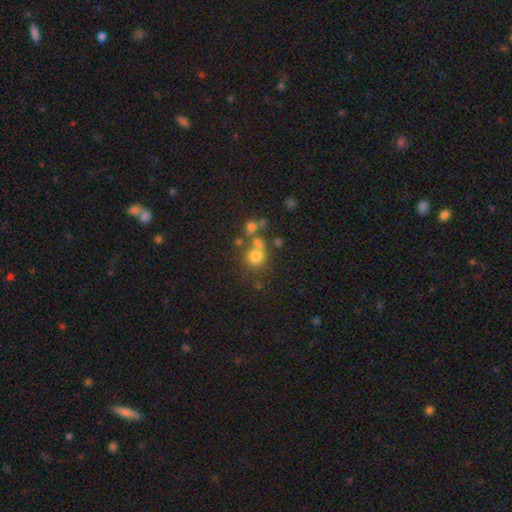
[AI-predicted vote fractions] Smooth or featured?
  - smooth: 67% *
  - star or artifact: 19%
  - featured or disk: 14%
How rounded?
  - round: 87% *
  - in between: 12%
  - cigar-shaped: 1%
Merging?
  - none: 55% *
  - merger: 29%
  - minor disturbance: 10%
  - major disturbance: 6%